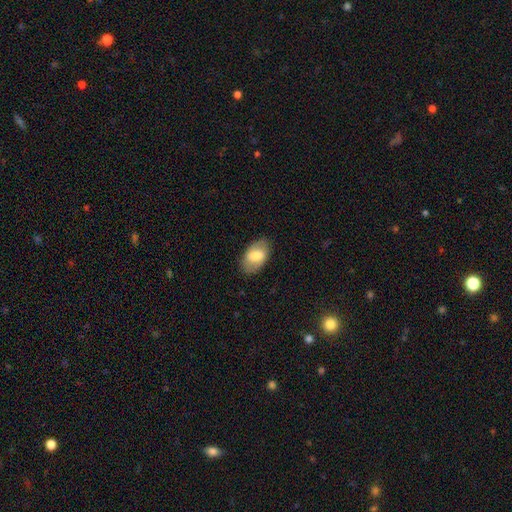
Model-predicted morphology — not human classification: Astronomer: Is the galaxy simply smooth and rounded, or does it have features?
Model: smooth — 73%.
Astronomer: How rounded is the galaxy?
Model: in between — 93%.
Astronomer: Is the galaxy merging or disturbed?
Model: none — 84%.